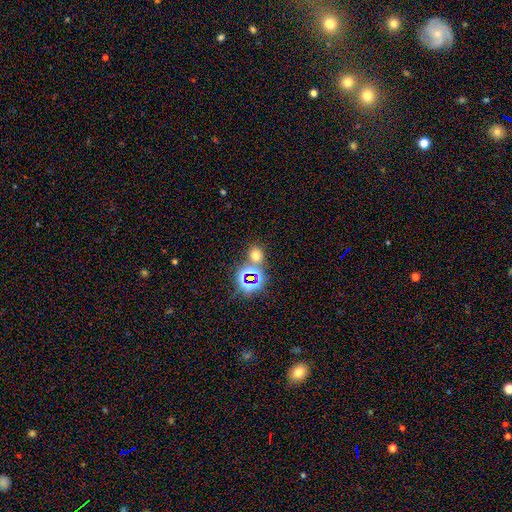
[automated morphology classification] Smooth or featured: smooth — 59% (star or artifact — 33%)
How rounded: round — 73% (in between — 26%)
Merging: none — 72% (merger — 17%)